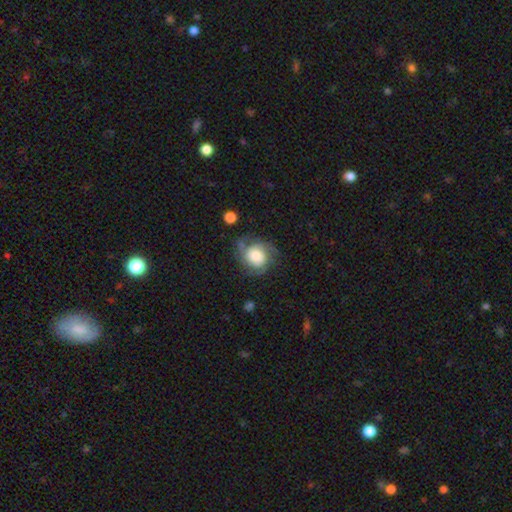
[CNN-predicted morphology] Q: Smooth or featured?
A: featured or disk (65%); runner-up: smooth (27%)
Q: Edge-on disk?
A: no (98%); runner-up: yes (2%)
Q: Bar?
A: no (77%); runner-up: weak (20%)
Q: Spiral arms?
A: yes (91%); runner-up: no (9%)
Q: Spiral winding?
A: tight (45%); runner-up: medium (40%)
Q: Spiral arm count?
A: 2 (39%); runner-up: 3 (23%)
Q: Bulge size?
A: large (43%); runner-up: moderate (33%)
Q: Merging?
A: none (63%); runner-up: minor disturbance (21%)